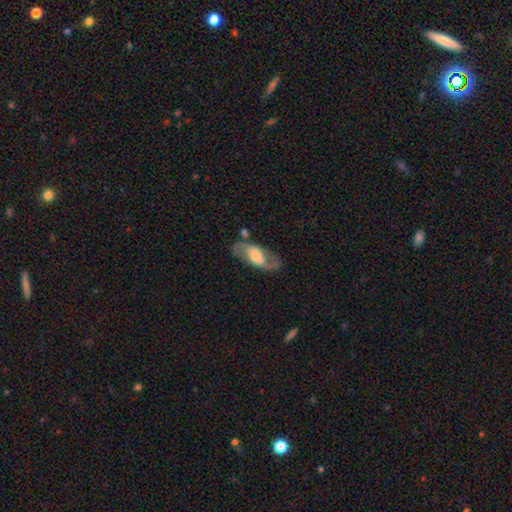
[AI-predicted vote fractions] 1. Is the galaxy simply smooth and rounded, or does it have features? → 74% featured or disk, 20% smooth, 5% star or artifact.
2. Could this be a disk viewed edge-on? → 91% no, 9% yes.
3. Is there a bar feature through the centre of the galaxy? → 40% weak, 38% no, 22% strong.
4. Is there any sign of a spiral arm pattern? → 83% yes, 17% no.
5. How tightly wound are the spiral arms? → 48% medium, 35% loose, 17% tight.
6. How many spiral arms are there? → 89% 2, 6% can't tell, 2% 1, 1% 3, 1% 4, 1% more than 4.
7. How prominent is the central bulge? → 41% moderate, 38% large, 13% small, 4% none, 3% dominant.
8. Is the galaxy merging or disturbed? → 77% none, 13% minor disturbance, 6% major disturbance, 3% merger.